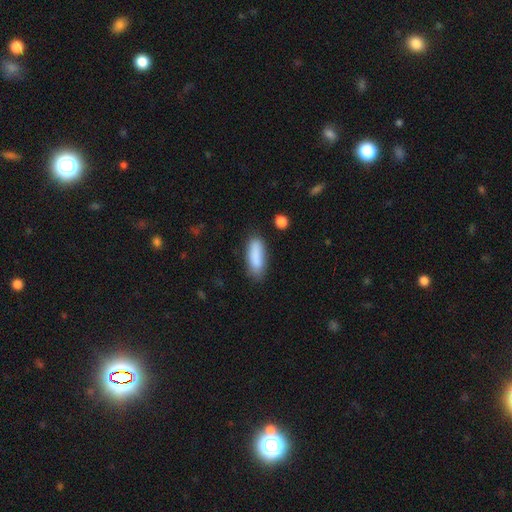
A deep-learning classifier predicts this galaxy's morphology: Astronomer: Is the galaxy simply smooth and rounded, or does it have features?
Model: smooth — 85%.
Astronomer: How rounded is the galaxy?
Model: in between — 57% (runner-up: cigar-shaped, 41%).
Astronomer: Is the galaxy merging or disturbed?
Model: none — 71%.